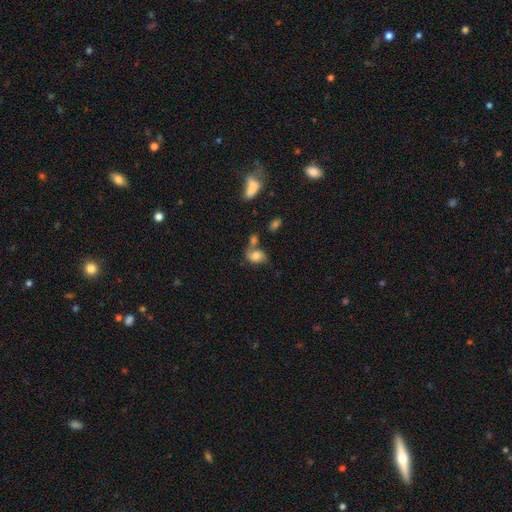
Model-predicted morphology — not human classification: Smooth or featured? smooth (69%)
How rounded? in between (76%)
Merging? none (38%)